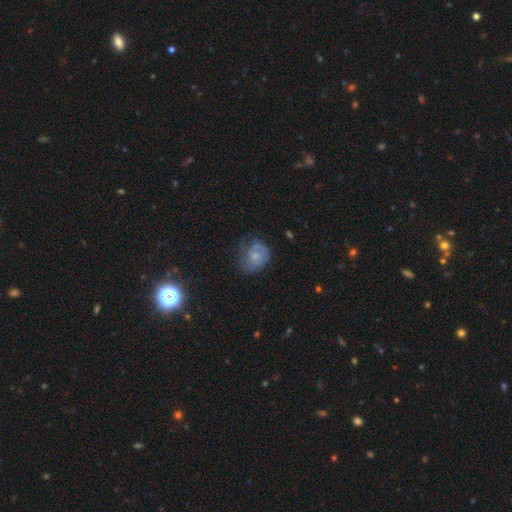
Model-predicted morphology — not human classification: A featured or disk galaxy (52%) with no bar (78%), spiral arms (75%) and a small central bulge (54%).

Vote fractions:
- Smooth or featured? featured or disk: 52% / smooth: 38% / star or artifact: 9%
- Edge-on disk? no: 97% / yes: 3%
- Bar? no: 78% / weak: 19% / strong: 3%
- Spiral arms? yes: 75% / no: 25%
- Bulge size? small: 54% / moderate: 34% / none: 8% / large: 3% / dominant: 1%
- Merging? none: 50% / minor disturbance: 28% / major disturbance: 20% / merger: 2%